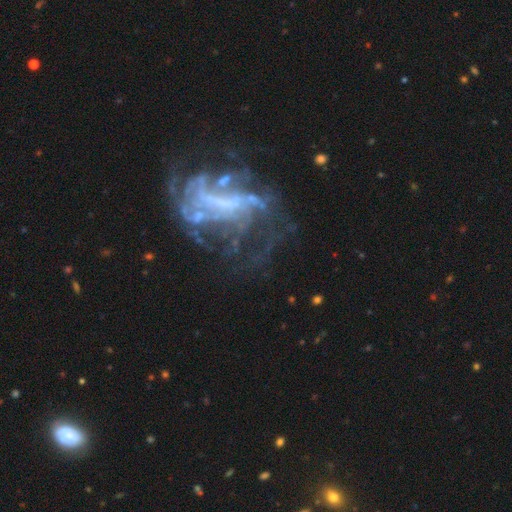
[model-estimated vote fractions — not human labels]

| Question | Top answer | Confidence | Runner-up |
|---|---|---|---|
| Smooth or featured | featured or disk | 67% | star or artifact (23%) |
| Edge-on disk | no | 91% | yes (9%) |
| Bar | no | 38% | strong (33%) |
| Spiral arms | yes | 57% | no (43%) |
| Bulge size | none | 52% | small (28%) |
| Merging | none | 40% | major disturbance (38%) |